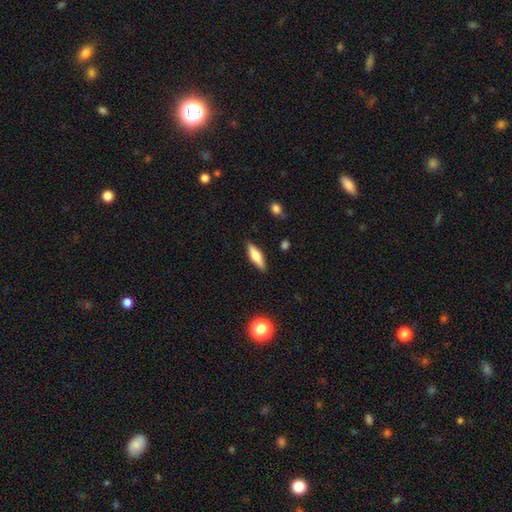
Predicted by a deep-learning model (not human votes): smooth-or-featured: smooth: 57% | featured or disk: 36% | star or artifact: 7%
  how-rounded: cigar-shaped: 57% | in between: 40% | round: 3%
  merging: none: 87% | minor disturbance: 9% | major disturbance: 2% | merger: 1%